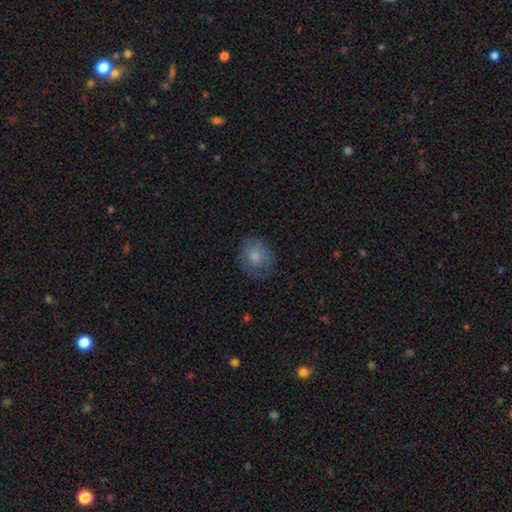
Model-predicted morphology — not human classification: Smooth or featured? smooth (78%)
How rounded? round (64%)
Merging? none (70%)